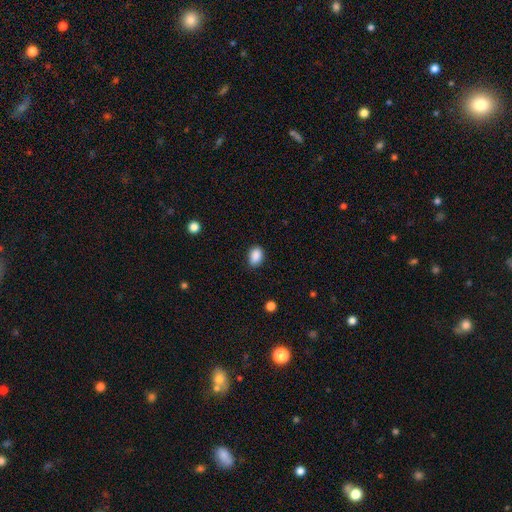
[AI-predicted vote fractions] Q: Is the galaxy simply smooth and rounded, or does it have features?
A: smooth — 89%.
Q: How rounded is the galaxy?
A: in between — 79%.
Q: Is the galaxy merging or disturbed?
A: none — 83%.